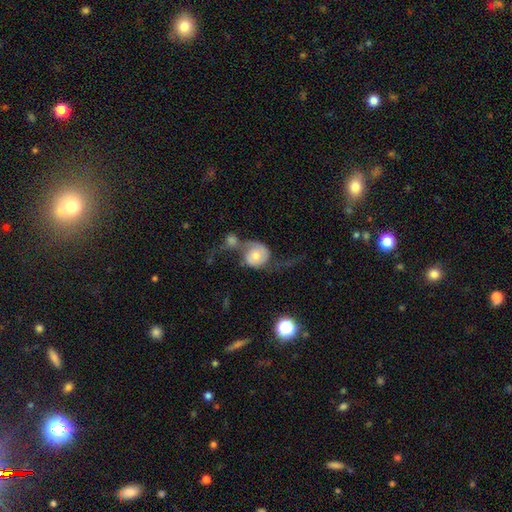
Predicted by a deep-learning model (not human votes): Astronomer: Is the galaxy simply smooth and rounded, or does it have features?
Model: featured or disk — 49% (runner-up: smooth, 42%).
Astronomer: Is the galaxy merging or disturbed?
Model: merger — 44% (runner-up: major disturbance, 24%).